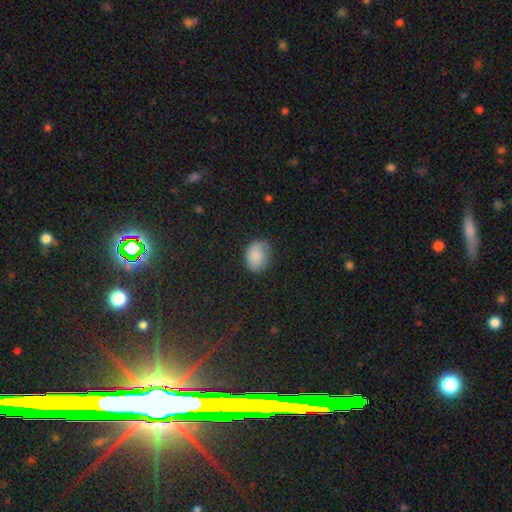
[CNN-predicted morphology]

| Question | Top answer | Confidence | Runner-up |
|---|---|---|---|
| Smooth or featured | smooth | 86% | star or artifact (8%) |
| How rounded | in between | 67% | round (32%) |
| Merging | none | 71% | minor disturbance (22%) |